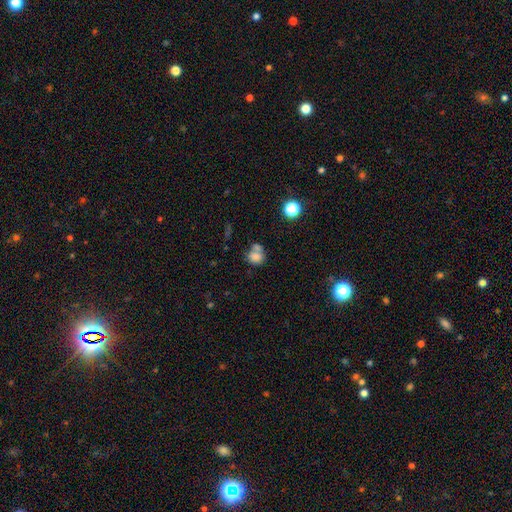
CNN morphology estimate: Smooth or featured? Predicted: smooth (p=0.75). How rounded? Predicted: round (p=0.67). Merging? Predicted: merger (p=0.45).